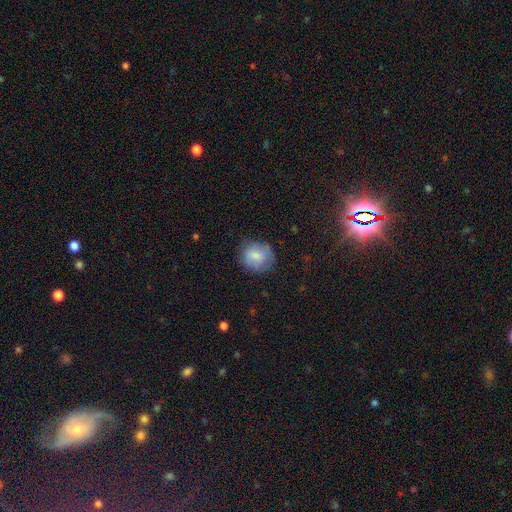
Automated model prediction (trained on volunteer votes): Morphology: type=smooth (74%); roundness=round (77%); merging=none (68%).